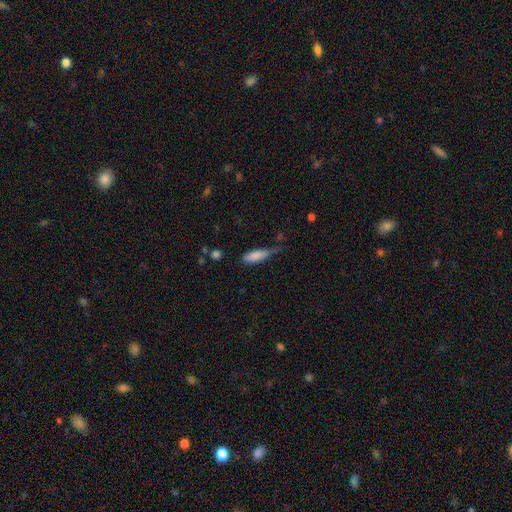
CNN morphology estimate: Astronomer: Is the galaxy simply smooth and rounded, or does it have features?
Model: smooth — 82%.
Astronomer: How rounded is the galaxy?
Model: in between — 55% (runner-up: cigar-shaped, 43%).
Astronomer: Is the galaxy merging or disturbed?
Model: minor disturbance — 42% (runner-up: none, 39%).